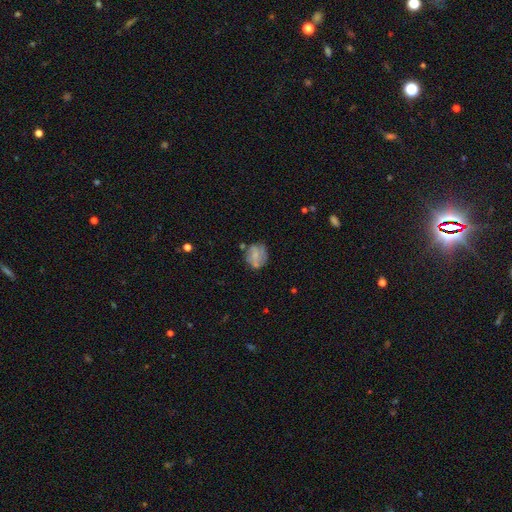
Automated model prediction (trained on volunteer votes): Smooth or featured? smooth (50%)
How rounded? round (62%)
Merging? none (54%)